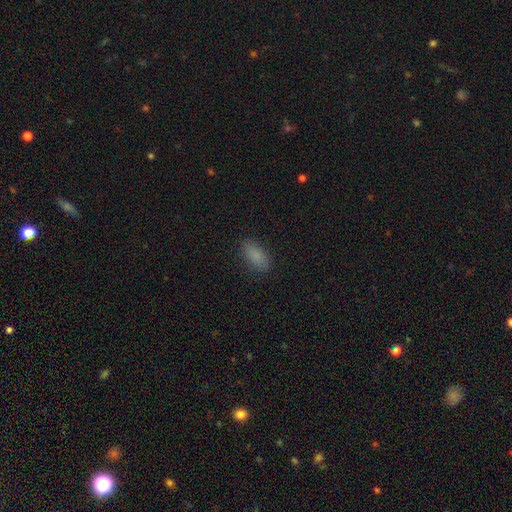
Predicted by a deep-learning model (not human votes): Overall: smooth (86%). How rounded: in between (88%). Merging: none (85%).